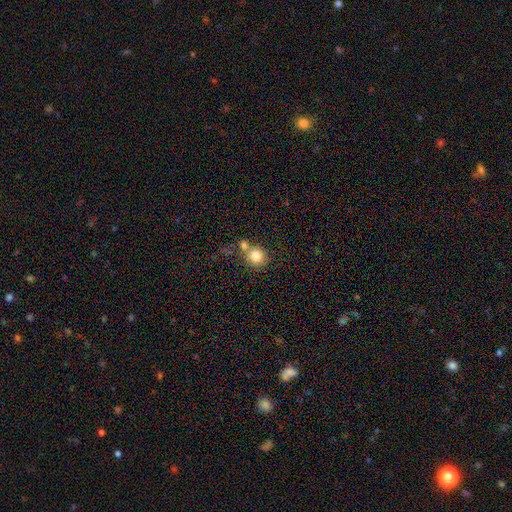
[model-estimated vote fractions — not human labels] This is clearly a smooth galaxy (82%). How rounded: clearly round (87%). Merging: possibly none (52%).